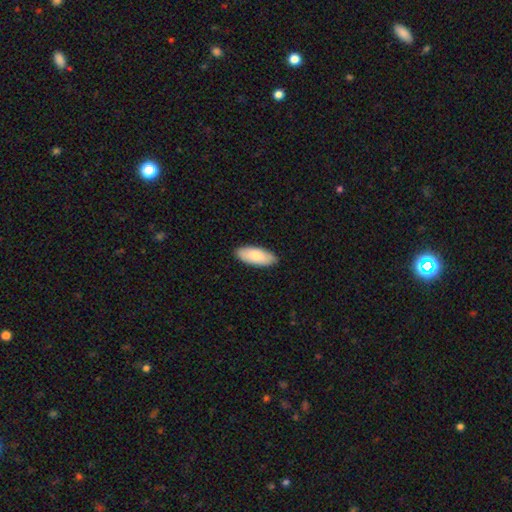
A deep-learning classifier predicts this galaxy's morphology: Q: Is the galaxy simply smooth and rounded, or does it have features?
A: smooth — 81%.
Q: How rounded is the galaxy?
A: in between — 85%.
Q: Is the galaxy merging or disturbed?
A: none — 87%.